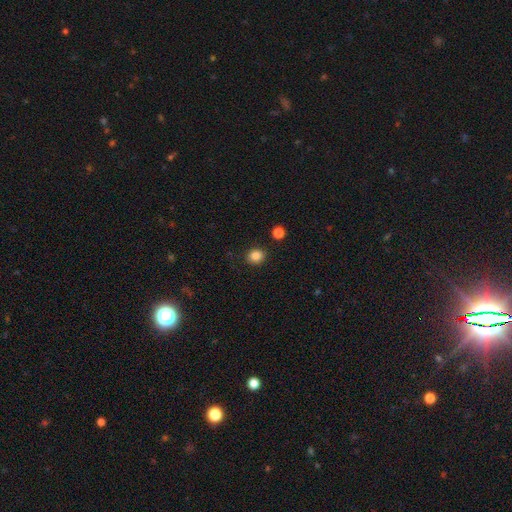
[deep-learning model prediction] Smooth or featured?
  - smooth: 85% *
  - star or artifact: 11%
  - featured or disk: 4%
How rounded?
  - round: 79% *
  - in between: 20%
  - cigar-shaped: 1%
Merging?
  - none: 88% *
  - minor disturbance: 7%
  - major disturbance: 2%
  - merger: 2%